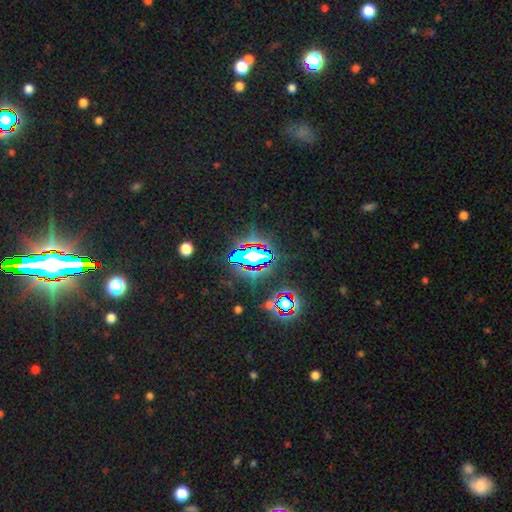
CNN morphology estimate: A star or artifact, not a galaxy (72%).

Vote fractions:
- Smooth or featured? star or artifact: 72% / smooth: 16% / featured or disk: 12%